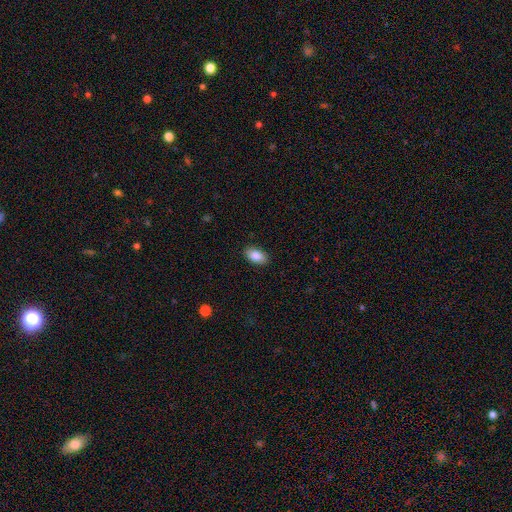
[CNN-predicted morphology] Smooth or featured? smooth (88%)
How rounded? in between (92%)
Merging? none (87%)